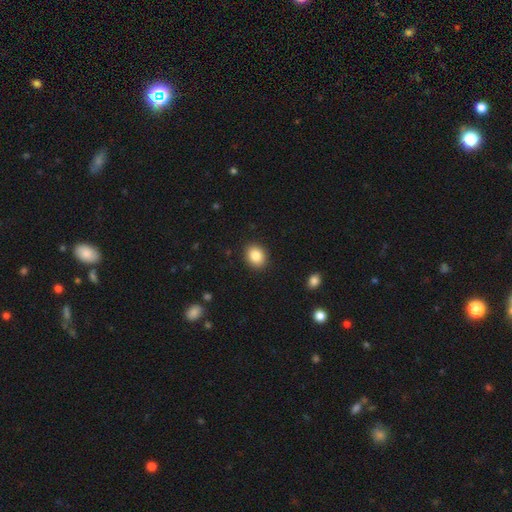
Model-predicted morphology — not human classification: Overall: smooth (85%). How rounded: round (50%; in between 49%). Merging: none (90%).